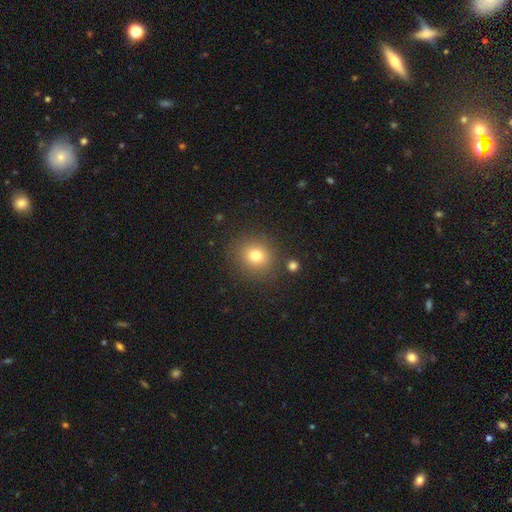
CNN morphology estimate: smooth 77%, star or artifact 14%, featured or disk 9%. Down the decision tree: how rounded — round (84%); merging — none (85%).